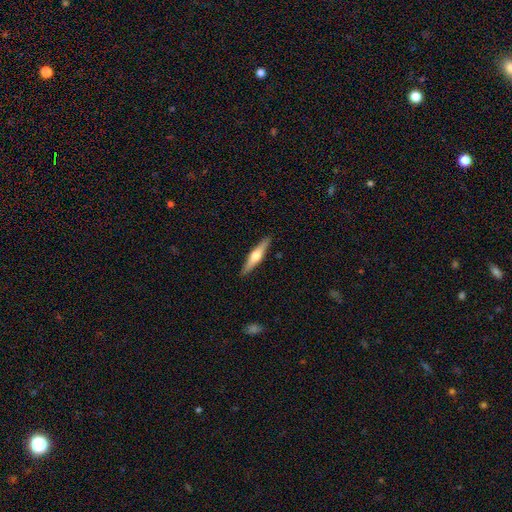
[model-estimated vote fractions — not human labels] Overall: featured or disk (63%; smooth 32%). Edge-on disk: yes (97%). Edge-on bulge: rounded (93%). Merging: none (91%).